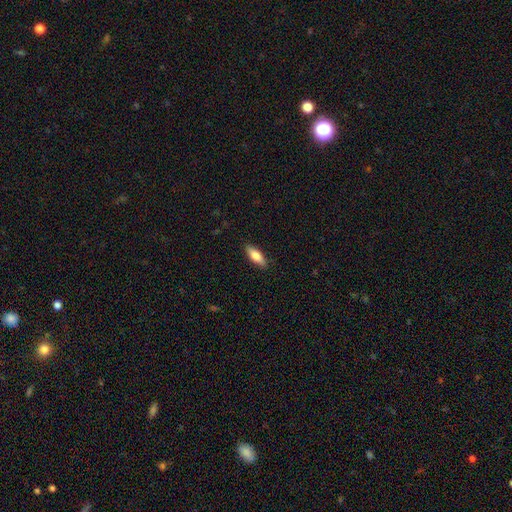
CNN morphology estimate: Smooth or featured? smooth (76%)
How rounded? in between (66%)
Merging? none (88%)